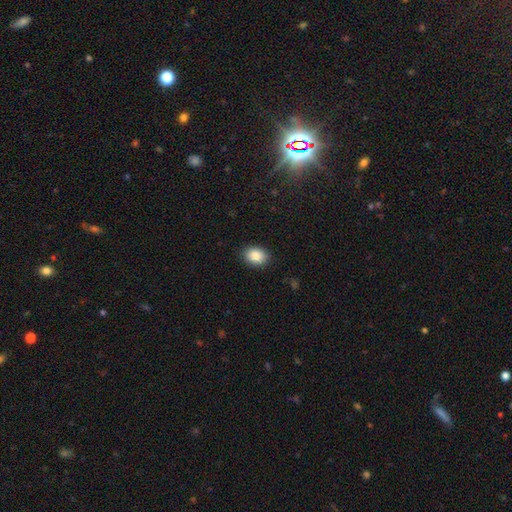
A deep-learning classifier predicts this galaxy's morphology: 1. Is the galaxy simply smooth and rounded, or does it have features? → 88% smooth, 8% star or artifact, 5% featured or disk.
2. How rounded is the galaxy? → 72% in between, 27% round, 1% cigar-shaped.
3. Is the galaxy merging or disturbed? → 89% none, 8% minor disturbance, 2% major disturbance, 1% merger.